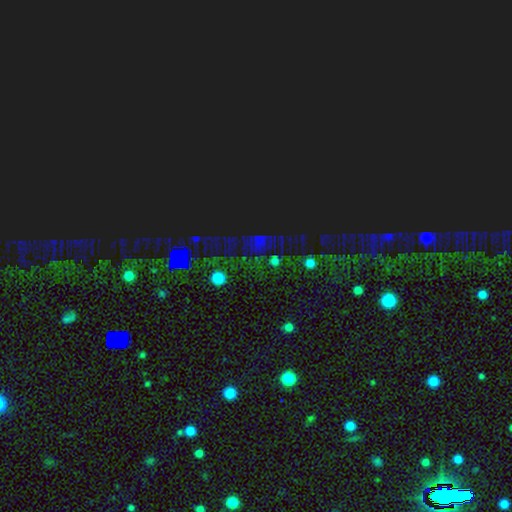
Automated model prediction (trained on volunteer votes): Smooth or featured? Predicted: star or artifact (p=0.79).